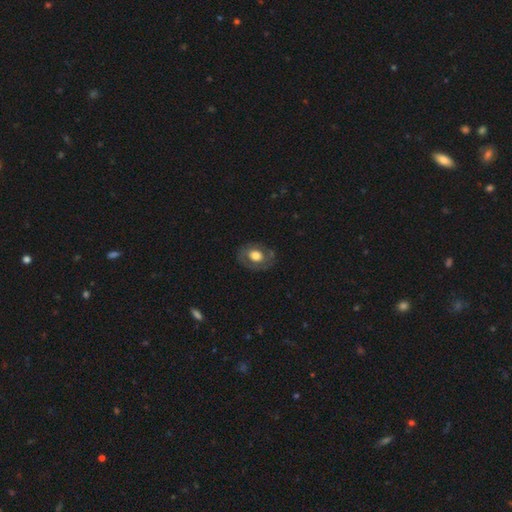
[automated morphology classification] Overall: smooth (53%; featured or disk 40%). How rounded: in between (58%; round 41%). Merging: none (76%).